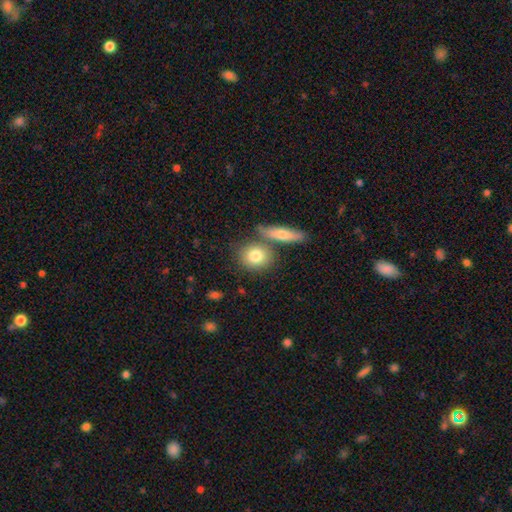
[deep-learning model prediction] Smooth or featured? Predicted: smooth (p=0.79). How rounded? Predicted: round (p=0.62). Merging? Predicted: none (p=0.64).